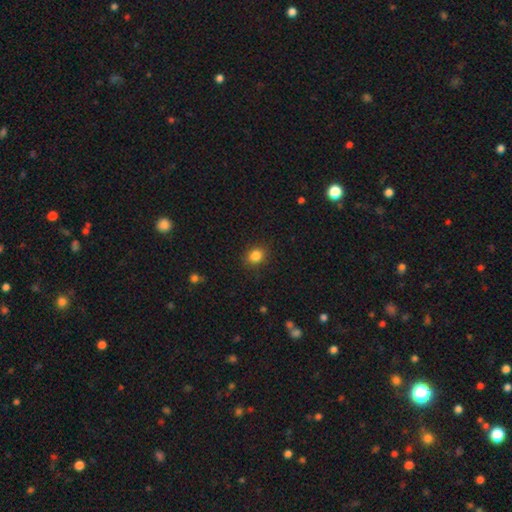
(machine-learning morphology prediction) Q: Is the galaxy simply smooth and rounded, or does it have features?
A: smooth — 84%.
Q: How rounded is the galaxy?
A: round — 60%.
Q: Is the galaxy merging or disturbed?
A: none — 87%.